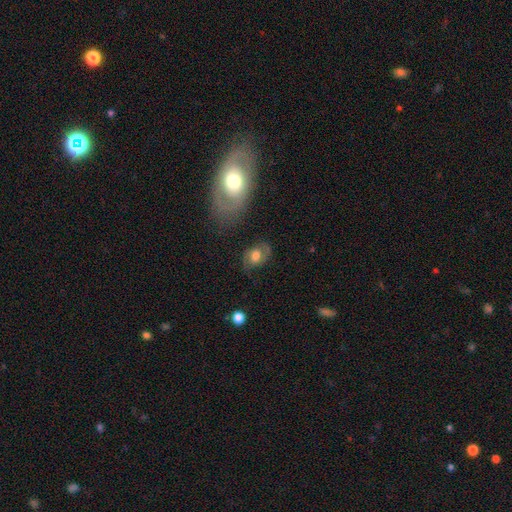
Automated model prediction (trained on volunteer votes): Morphology: type=featured or disk (56%); edge-on=no (95%); bar=no (54%); spiral arms=yes (80%); bulge=moderate (47%); merging=none (71%).